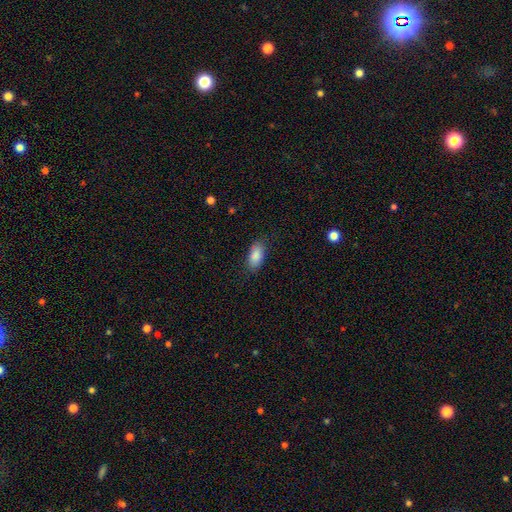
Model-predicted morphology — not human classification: Overall: smooth (88%). How rounded: in between (91%). Merging: none (82%).